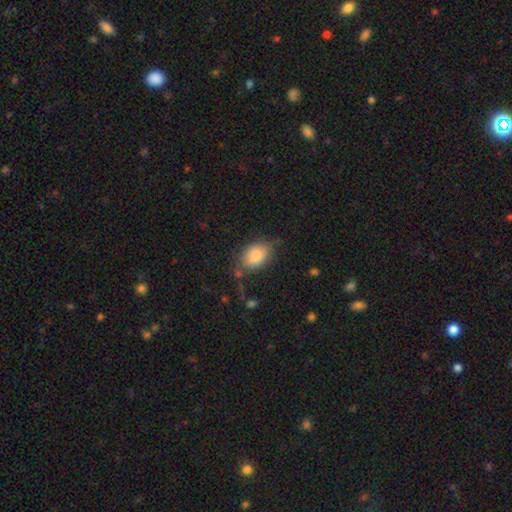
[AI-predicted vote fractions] Smooth or featured? Predicted: smooth (p=0.85). How rounded? Predicted: in between (p=0.84). Merging? Predicted: none (p=0.67).